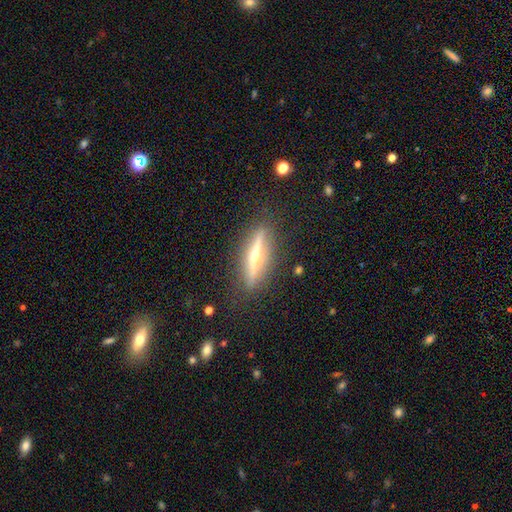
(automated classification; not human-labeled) smooth-or-featured: featured or disk: 74% | smooth: 19% | star or artifact: 7%
  disk-edge-on: yes: 94% | no: 6%
    edge-on-bulge: rounded: 90% | none: 7% | boxy: 3%
  merging: none: 86% | minor disturbance: 9% | major disturbance: 3% | merger: 1%